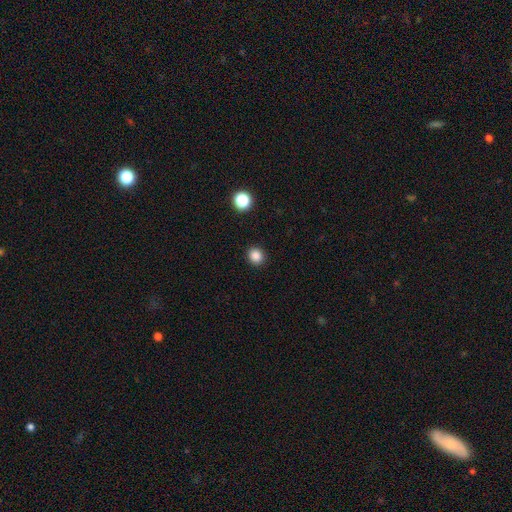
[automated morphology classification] Q: Smooth or featured?
A: smooth (85%); runner-up: star or artifact (12%)
Q: How rounded?
A: round (85%); runner-up: in between (14%)
Q: Merging?
A: none (91%); runner-up: minor disturbance (5%)